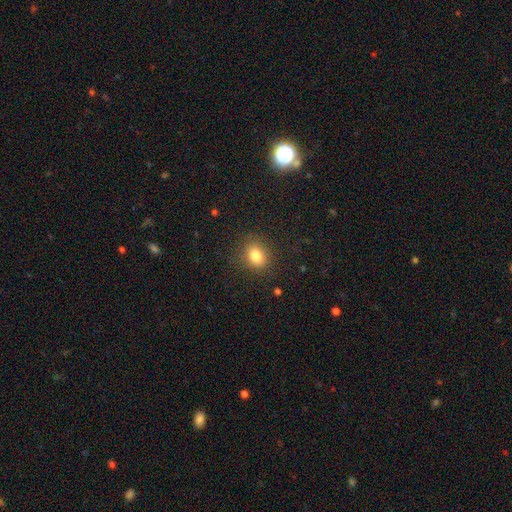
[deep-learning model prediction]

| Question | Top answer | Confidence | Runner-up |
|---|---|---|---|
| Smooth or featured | smooth | 82% | star or artifact (11%) |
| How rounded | in between | 50% | round (49%) |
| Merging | none | 84% | minor disturbance (11%) |